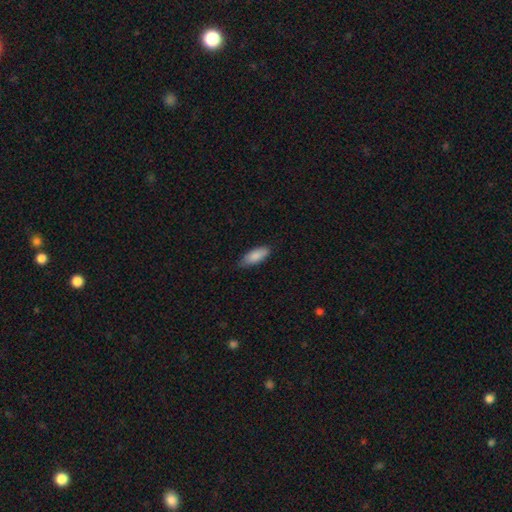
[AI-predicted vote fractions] This appears to be a smooth galaxy with no disk features (88%) that is in between round and cigar-shaped (75%). Merging: none (77%).